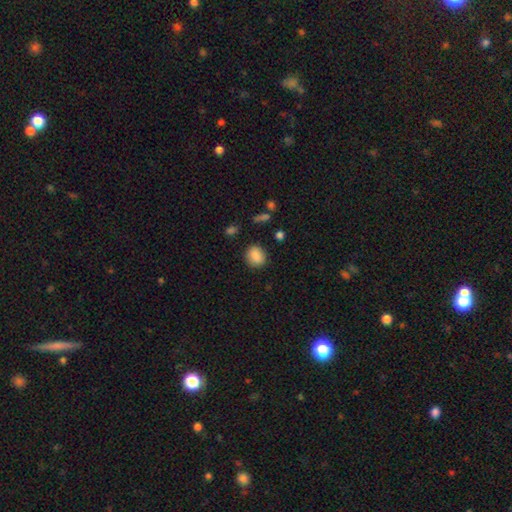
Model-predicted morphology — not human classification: smooth-or-featured: smooth: 87% | star or artifact: 9% | featured or disk: 5%
  how-rounded: round: 66% | in between: 33% | cigar-shaped: 1%
  merging: none: 85% | minor disturbance: 10% | major disturbance: 3% | merger: 2%